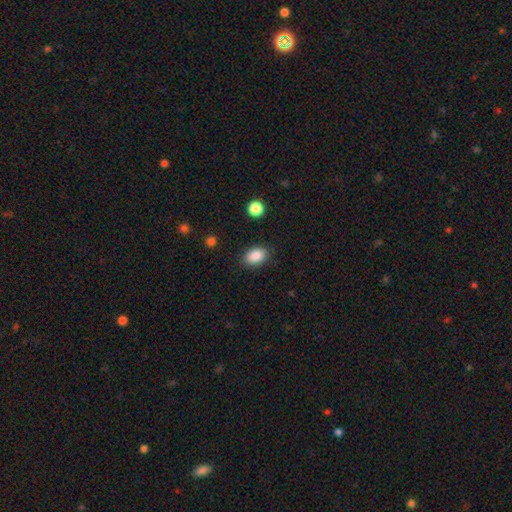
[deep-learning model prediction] smooth 88%, star or artifact 8%, featured or disk 4%. Down the decision tree: how rounded — in between (85%); merging — none (86%).